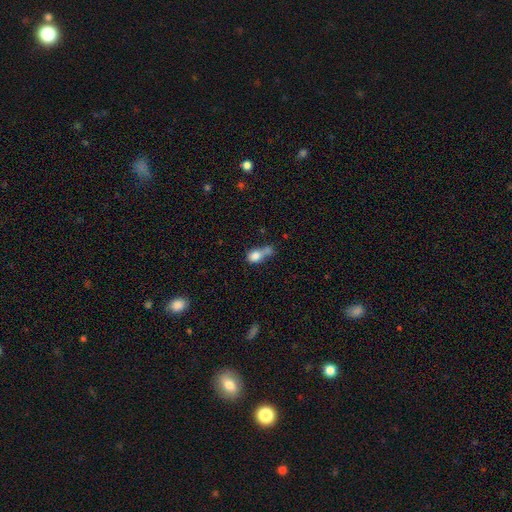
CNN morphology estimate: Smooth or featured? smooth (76%)
How rounded? in between (51%)
Merging? merger (52%)